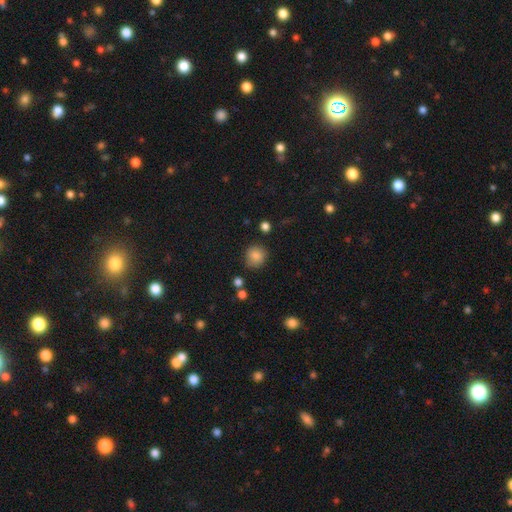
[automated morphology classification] smooth 85%, star or artifact 10%, featured or disk 5%. Down the decision tree: how rounded — round (87%); merging — none (80%).